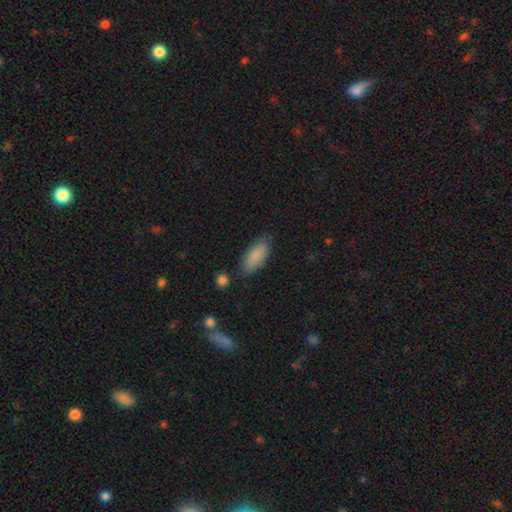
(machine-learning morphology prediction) Overall: smooth (87%). How rounded: in between (81%). Merging: none (79%).